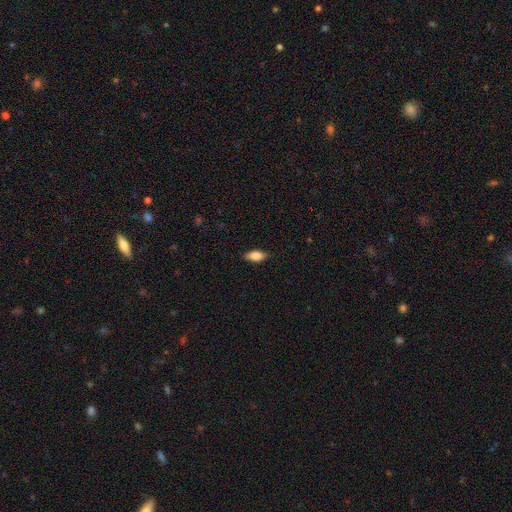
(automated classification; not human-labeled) A smooth galaxy with no disk features (82%) that is in between round and cigar-shaped (84%). Merging: none (87%).